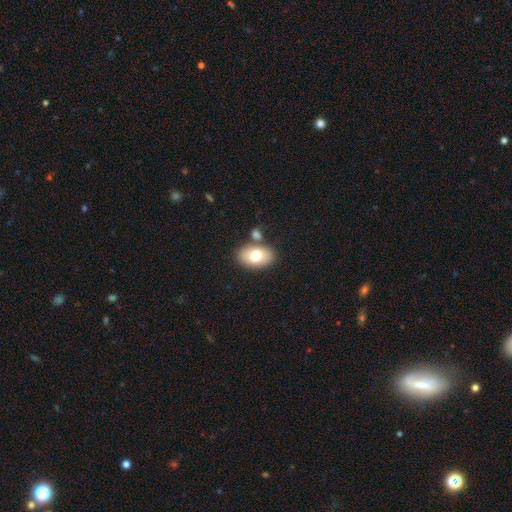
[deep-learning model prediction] This appears to be a smooth galaxy with no disk features (75%) that is in between round and cigar-shaped (88%). Merging: none (71%).